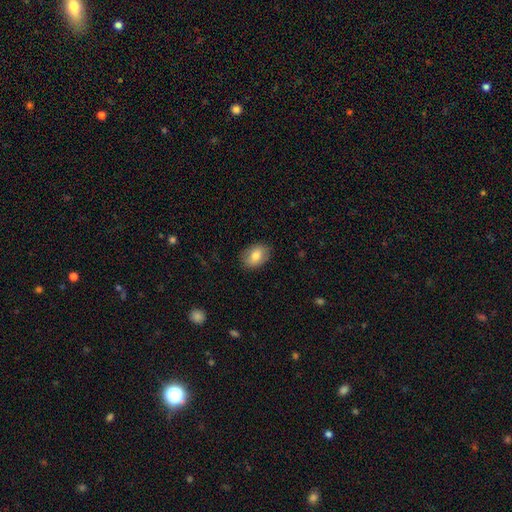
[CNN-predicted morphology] Smooth or featured: smooth — 78% (featured or disk — 15%)
How rounded: in between — 80% (round — 18%)
Merging: none — 87% (minor disturbance — 10%)